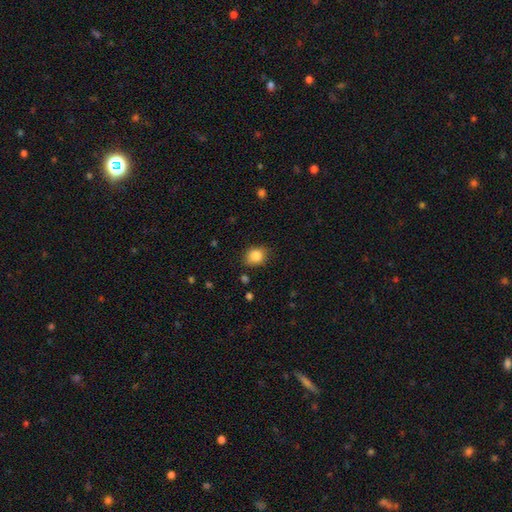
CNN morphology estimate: Q: Smooth or featured?
A: smooth (86%); runner-up: star or artifact (9%)
Q: How rounded?
A: round (58%); runner-up: in between (41%)
Q: Merging?
A: none (80%); runner-up: minor disturbance (15%)